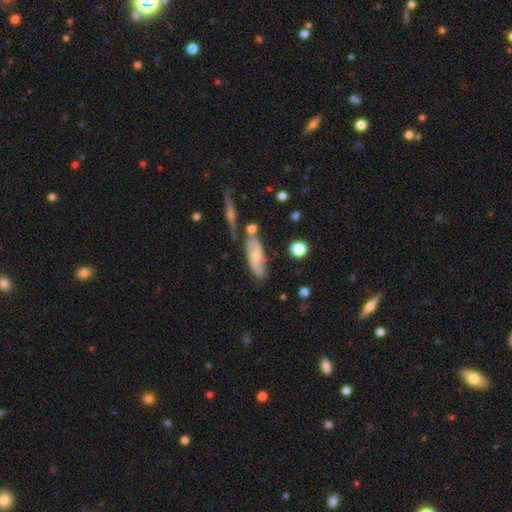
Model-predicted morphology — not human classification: This is possibly a featured or disk galaxy (59%). It is clearly not viewed edge-on (81%). Merging: likely none (62%).